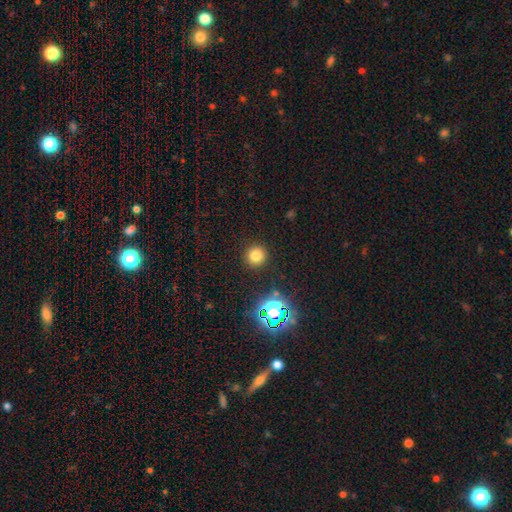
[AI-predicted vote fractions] Smooth or featured? Predicted: smooth (p=0.76). How rounded? Predicted: round (p=0.93). Merging? Predicted: none (p=0.90).